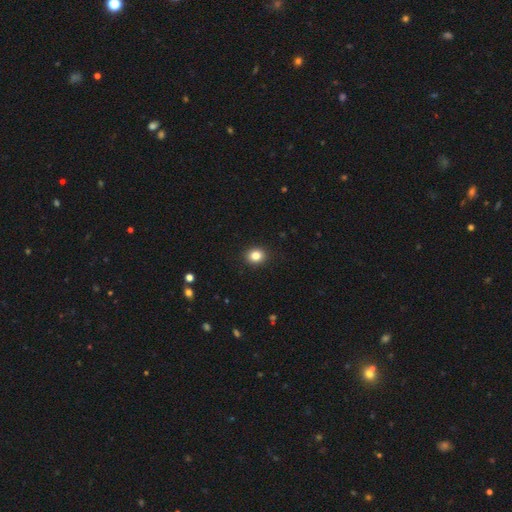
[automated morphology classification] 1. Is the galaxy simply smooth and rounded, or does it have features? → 84% smooth, 11% star or artifact, 5% featured or disk.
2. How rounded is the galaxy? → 70% round, 29% in between, 1% cigar-shaped.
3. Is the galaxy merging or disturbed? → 91% none, 6% minor disturbance, 2% major disturbance, 1% merger.